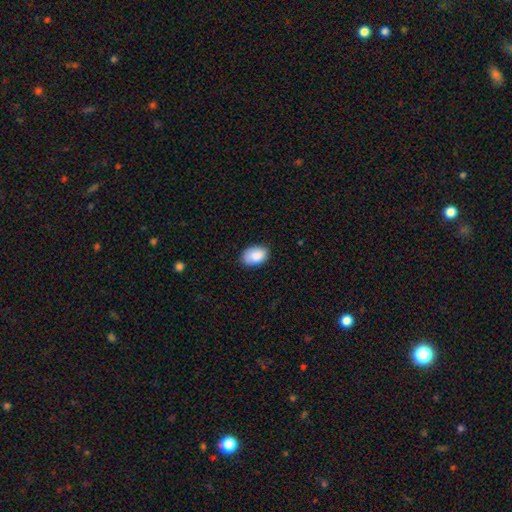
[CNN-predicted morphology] This appears to be a smooth galaxy with no disk features (88%) that is in between round and cigar-shaped (89%). Merging: none (80%).